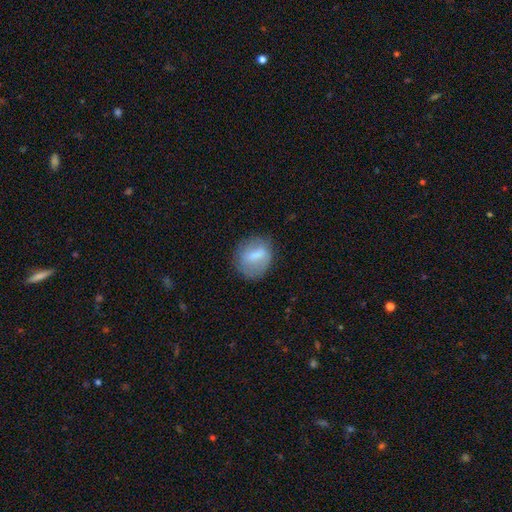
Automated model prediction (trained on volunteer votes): Q: Smooth or featured?
A: smooth (64%); runner-up: featured or disk (28%)
Q: How rounded?
A: round (60%); runner-up: in between (38%)
Q: Merging?
A: none (68%); runner-up: minor disturbance (21%)